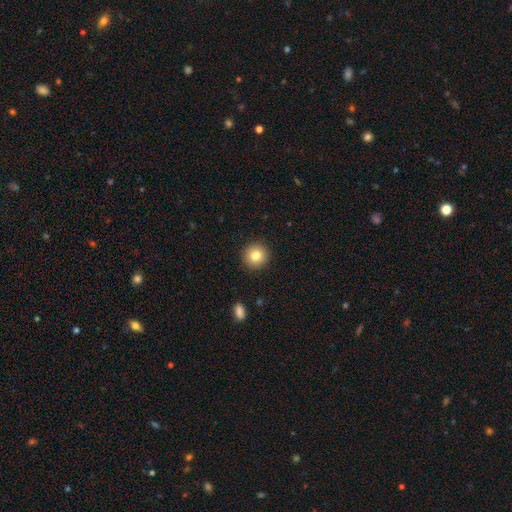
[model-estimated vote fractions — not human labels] A smooth galaxy with no disk features (80%) that is round (95%).

Vote fractions:
- Smooth or featured? smooth: 80% / star or artifact: 10% / featured or disk: 9%
- How rounded? round: 95% / in between: 4% / cigar-shaped: 1%
- Merging? none: 92% / minor disturbance: 5% / major disturbance: 2% / merger: 1%